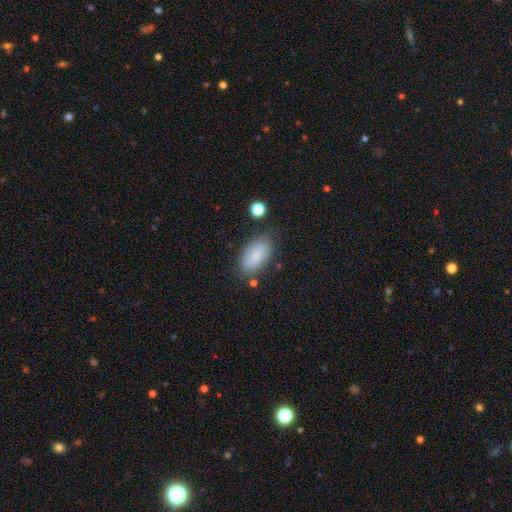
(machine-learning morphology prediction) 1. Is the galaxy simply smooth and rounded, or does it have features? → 83% smooth, 10% featured or disk, 7% star or artifact.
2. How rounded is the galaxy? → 94% in between, 3% round, 3% cigar-shaped.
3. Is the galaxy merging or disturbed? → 75% none, 17% minor disturbance, 4% major disturbance, 4% merger.